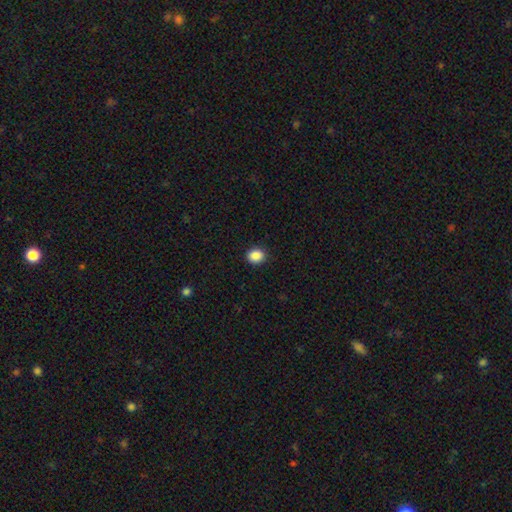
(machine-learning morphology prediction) Smooth or featured? Predicted: smooth (p=0.88). How rounded? Predicted: round (p=0.64). Merging? Predicted: none (p=0.90).